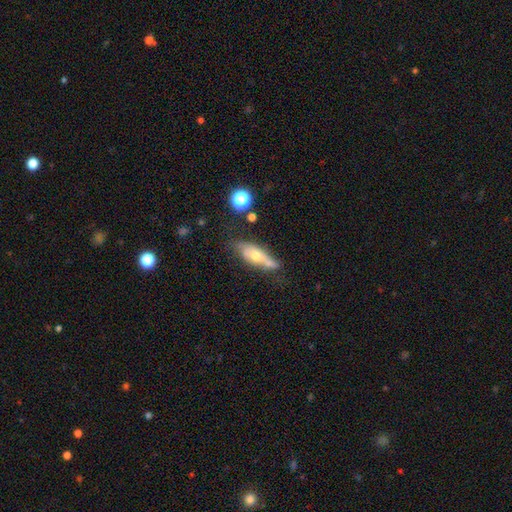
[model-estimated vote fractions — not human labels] smooth_or_featured: featured or disk (p=0.46) [alt: smooth p=0.45]
merging: none (p=0.46) [alt: minor disturbance p=0.29]